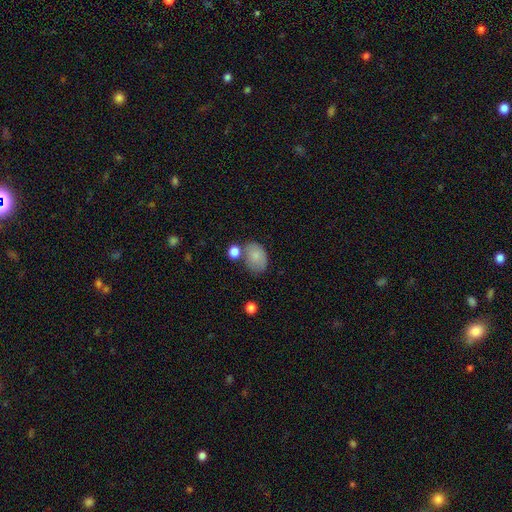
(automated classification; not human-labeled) Smooth or featured?
  - smooth: 82% *
  - featured or disk: 10%
  - star or artifact: 8%
How rounded?
  - in between: 80% *
  - round: 19%
  - cigar-shaped: 1%
Merging?
  - none: 53% *
  - minor disturbance: 23%
  - merger: 16%
  - major disturbance: 8%